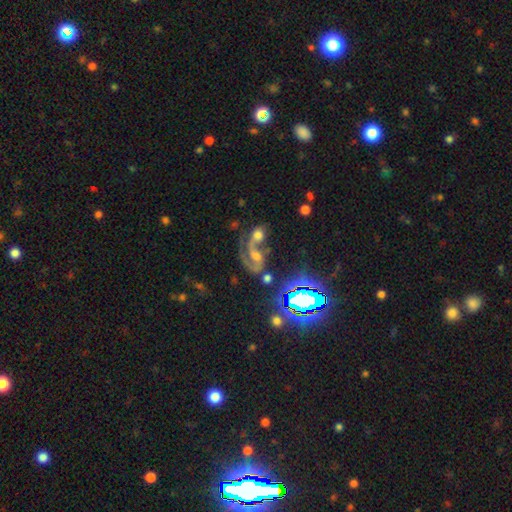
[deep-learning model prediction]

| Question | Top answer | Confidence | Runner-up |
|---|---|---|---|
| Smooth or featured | featured or disk | 65% | star or artifact (22%) |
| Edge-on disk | no | 96% | yes (4%) |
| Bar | no | 48% | weak (34%) |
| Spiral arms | yes | 88% | no (12%) |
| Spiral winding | loose | 45% | medium (40%) |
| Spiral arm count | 2 | 62% | 1 (25%) |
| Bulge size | moderate | 42% | small (36%) |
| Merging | merger | 51% | none (24%) |